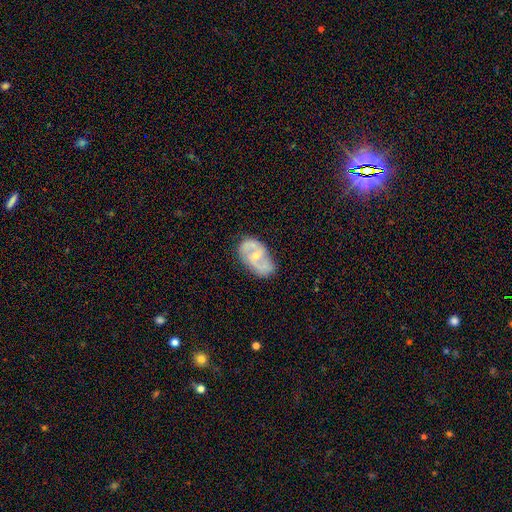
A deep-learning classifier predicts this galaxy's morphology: Smooth or featured? featured or disk (75%)
Edge-on disk? no (96%)
Bar? no (43%, tied with weak)
Spiral arms? yes (87%)
Spiral winding? medium (47%)
Spiral arm count? 2 (85%)
Bulge size? small (55%)
Merging? none (66%)